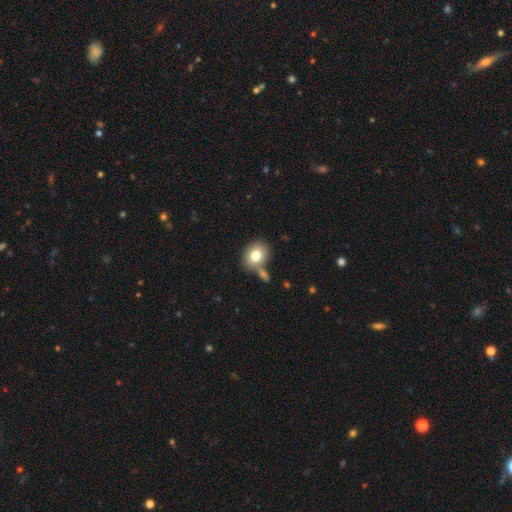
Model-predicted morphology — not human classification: Smooth or featured? smooth (78%)
How rounded? round (55%)
Merging? none (60%)